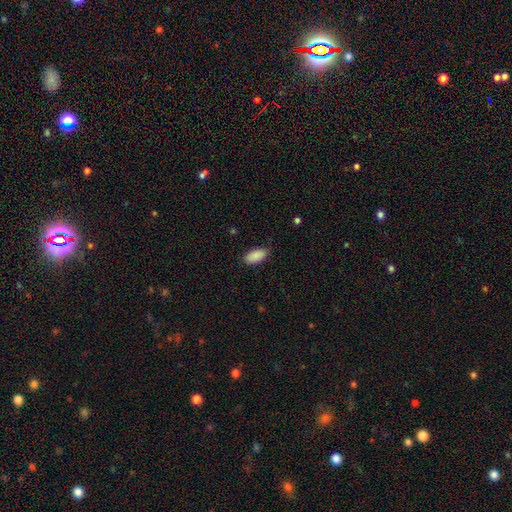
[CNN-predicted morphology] Smooth or featured?
  - smooth: 90% *
  - star or artifact: 7%
  - featured or disk: 4%
How rounded?
  - in between: 93% *
  - cigar-shaped: 5%
  - round: 2%
Merging?
  - none: 83% *
  - minor disturbance: 14%
  - major disturbance: 3%
  - merger: 1%